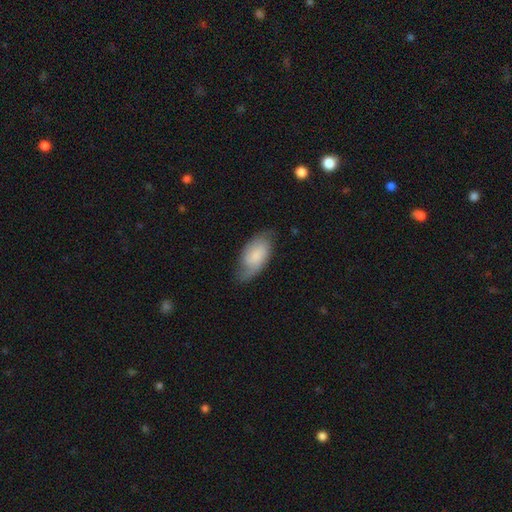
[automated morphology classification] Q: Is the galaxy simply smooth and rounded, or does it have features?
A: smooth — 55%.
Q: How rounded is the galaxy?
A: in between — 93%.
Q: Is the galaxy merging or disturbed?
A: none — 66%.